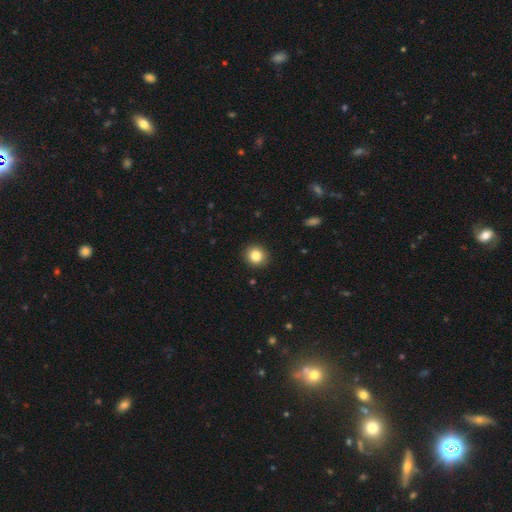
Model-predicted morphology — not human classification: Smooth or featured?
  - smooth: 86% *
  - star or artifact: 10%
  - featured or disk: 5%
How rounded?
  - round: 87% *
  - in between: 12%
  - cigar-shaped: 1%
Merging?
  - none: 91% *
  - minor disturbance: 6%
  - major disturbance: 2%
  - merger: 1%